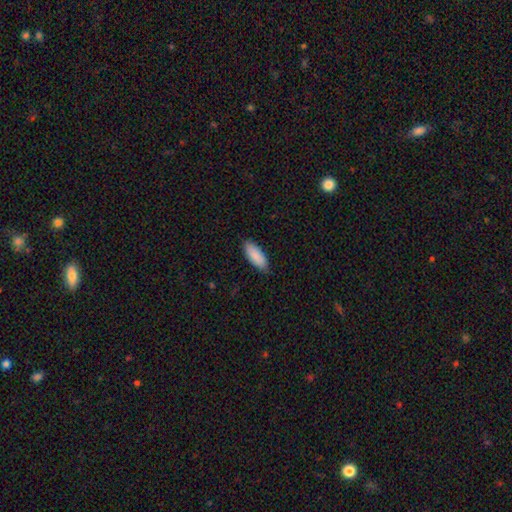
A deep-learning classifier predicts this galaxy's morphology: This is clearly a smooth galaxy (90%). How rounded: likely in between (78%). Merging: clearly none (84%).